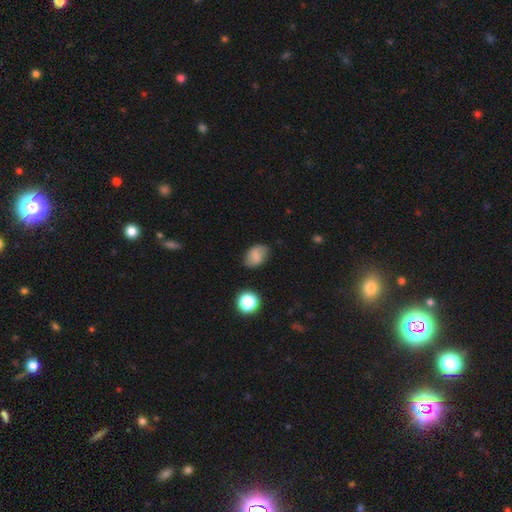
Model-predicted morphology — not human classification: A smooth galaxy with no disk features (73%) that is in between round and cigar-shaped (80%). Merging: none (76%).